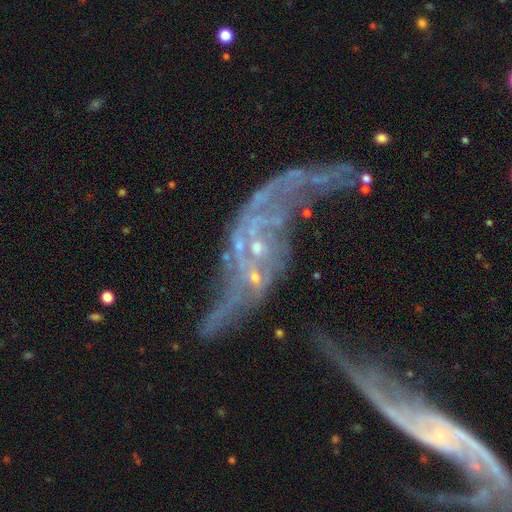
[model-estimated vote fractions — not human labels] A featured or disk galaxy (78%) with no bar (68%), spiral arms (67%) and a small central bulge (60%). Merging: merger (43%).